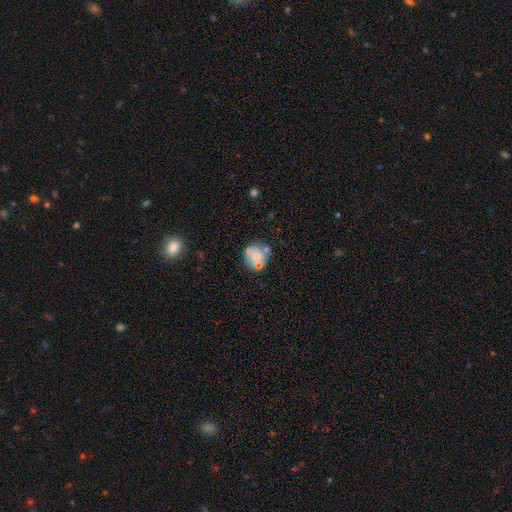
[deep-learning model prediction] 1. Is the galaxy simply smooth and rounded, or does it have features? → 56% smooth, 35% featured or disk, 9% star or artifact.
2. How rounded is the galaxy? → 85% round, 14% in between, 1% cigar-shaped.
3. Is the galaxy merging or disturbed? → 58% none, 21% merger, 15% minor disturbance, 6% major disturbance.